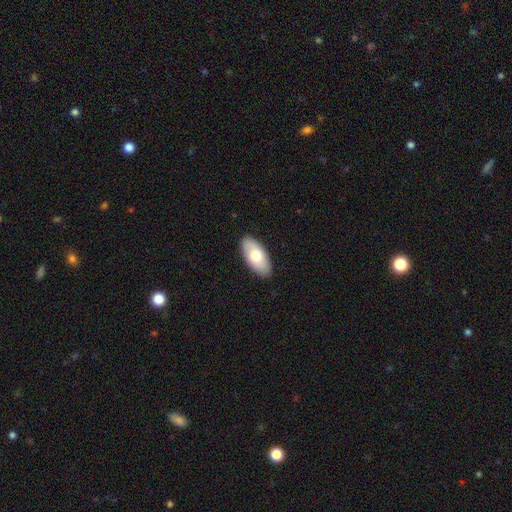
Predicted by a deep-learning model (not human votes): Morphology: type=smooth (72%); roundness=in between (93%); merging=none (88%).